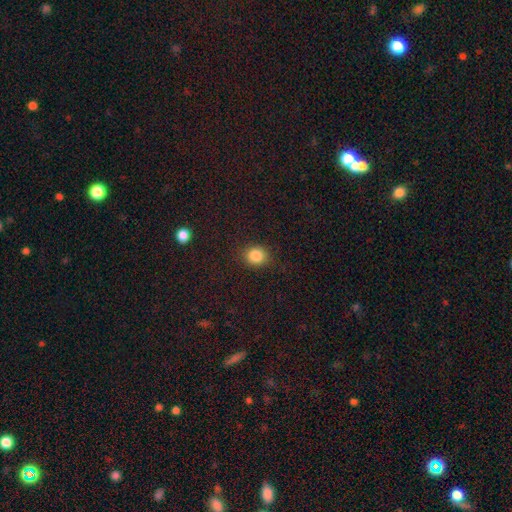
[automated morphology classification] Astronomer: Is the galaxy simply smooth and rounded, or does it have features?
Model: smooth — 84%.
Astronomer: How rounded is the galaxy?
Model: round — 71%.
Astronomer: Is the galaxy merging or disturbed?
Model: none — 86%.